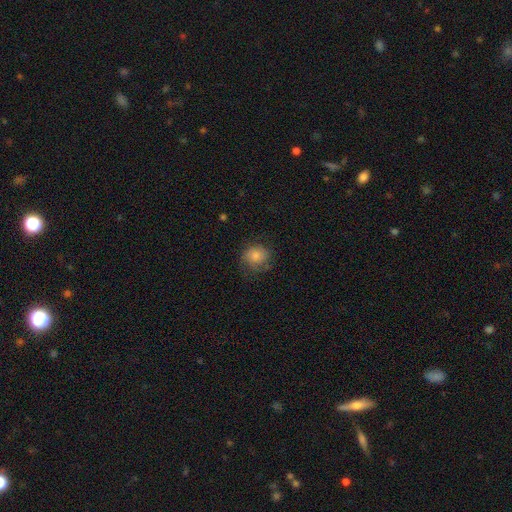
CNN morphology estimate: Smooth or featured: smooth — 80% (featured or disk — 12%)
How rounded: round — 81% (in between — 19%)
Merging: none — 70% (minor disturbance — 21%)